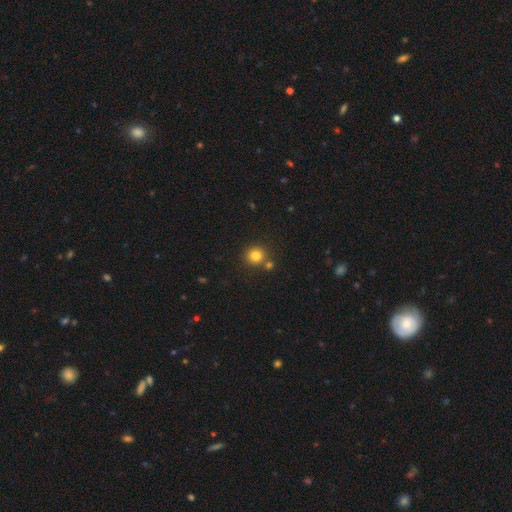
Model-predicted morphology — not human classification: type=smooth (82%); roundness=round (90%); merging=none (74%).